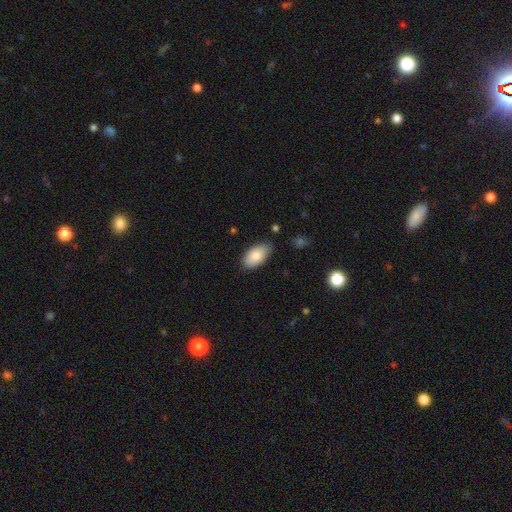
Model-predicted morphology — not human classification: Overall: smooth (85%). How rounded: in between (95%). Merging: none (77%).